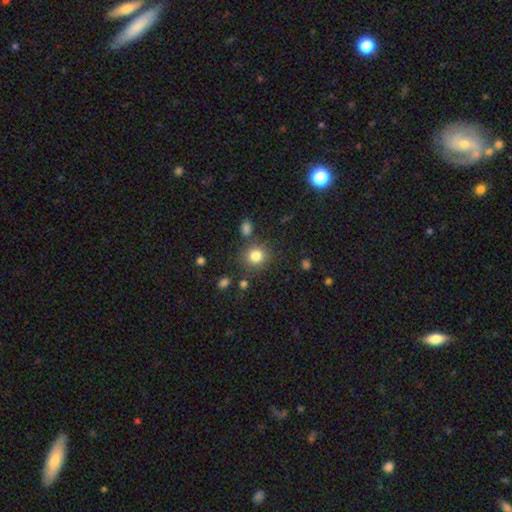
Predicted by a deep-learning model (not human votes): Smooth or featured? Predicted: smooth (p=0.82). How rounded? Predicted: round (p=0.87). Merging? Predicted: none (p=0.78).